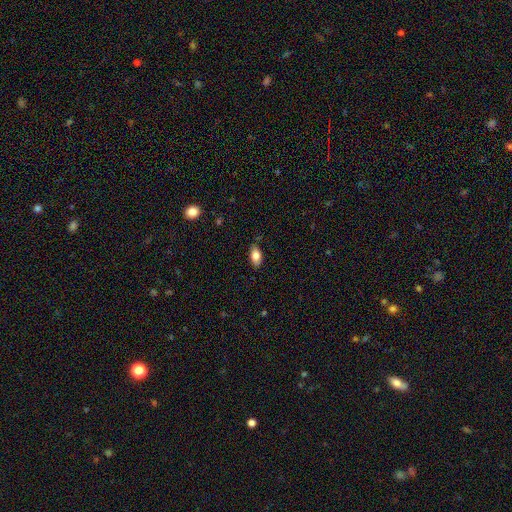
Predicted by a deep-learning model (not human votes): smooth-or-featured: smooth: 79% | featured or disk: 13% | star or artifact: 7%
  how-rounded: in between: 89% | cigar-shaped: 6% | round: 4%
  merging: none: 82% | minor disturbance: 14% | major disturbance: 3% | merger: 1%